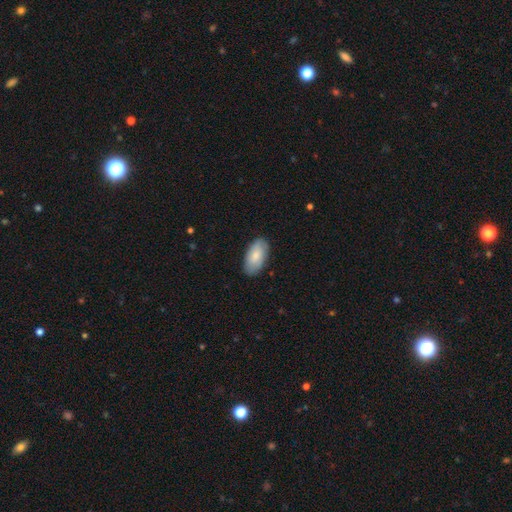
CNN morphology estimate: smooth_or_featured: smooth (p=0.80) [alt: featured or disk p=0.14]
how_rounded: in between (p=0.95) [alt: cigar-shaped p=0.03]
merging: none (p=0.85) [alt: minor disturbance p=0.12]